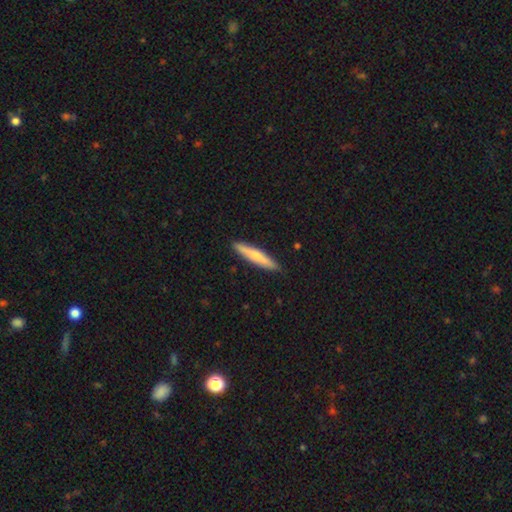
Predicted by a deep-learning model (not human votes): The model was most divided on "smooth or featured": smooth: 60%, featured or disk: 35%, star or artifact: 5%. More confident: how rounded — cigar-shaped (92%); merging — none (90%).